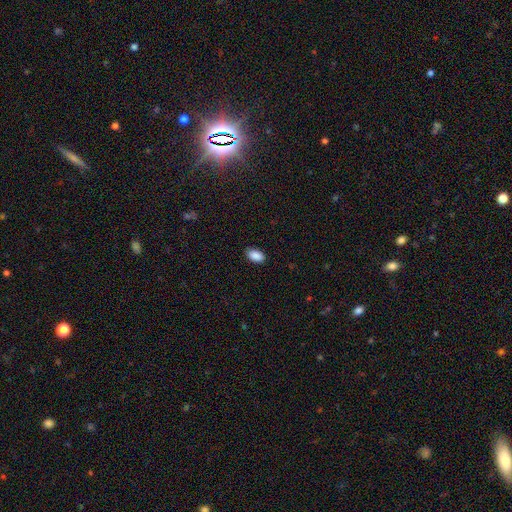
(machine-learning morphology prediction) smooth_or_featured: smooth (p=0.90) [alt: star or artifact p=0.07]
how_rounded: in between (p=0.93) [alt: round p=0.05]
merging: none (p=0.85) [alt: minor disturbance p=0.12]